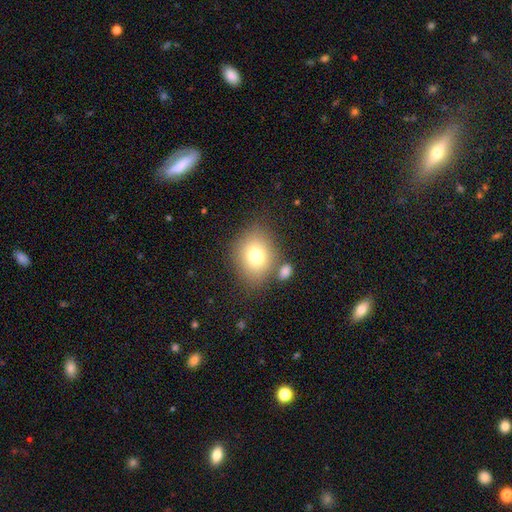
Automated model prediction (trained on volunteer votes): Smooth or featured? smooth (77%)
How rounded? in between (53%)
Merging? none (72%)